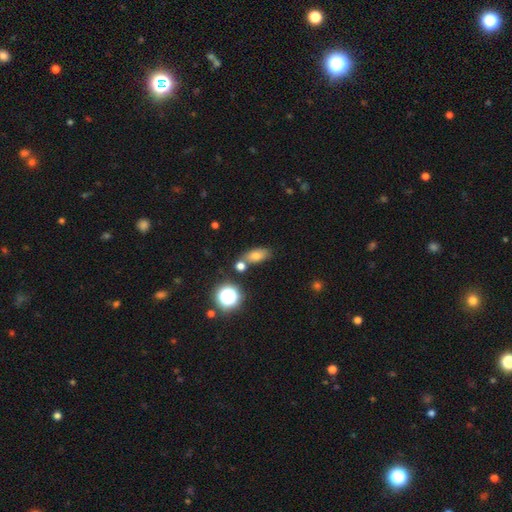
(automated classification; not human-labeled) A smooth galaxy with no disk features (70%) that is in between round and cigar-shaped (79%).

Vote fractions:
- Smooth or featured? smooth: 70% / star or artifact: 17% / featured or disk: 13%
- How rounded? in between: 79% / round: 13% / cigar-shaped: 8%
- Merging? none: 69% / merger: 14% / minor disturbance: 13% / major disturbance: 4%